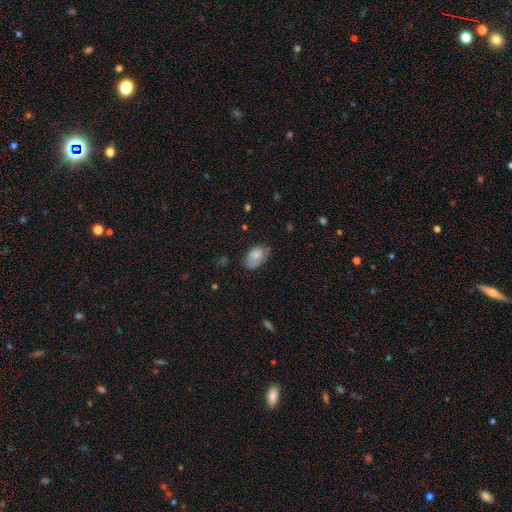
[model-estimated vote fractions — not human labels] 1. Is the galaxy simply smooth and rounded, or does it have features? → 74% smooth, 18% featured or disk, 8% star or artifact.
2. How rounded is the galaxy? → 90% in between, 9% round, 1% cigar-shaped.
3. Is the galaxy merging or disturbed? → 57% none, 31% minor disturbance, 10% major disturbance, 2% merger.